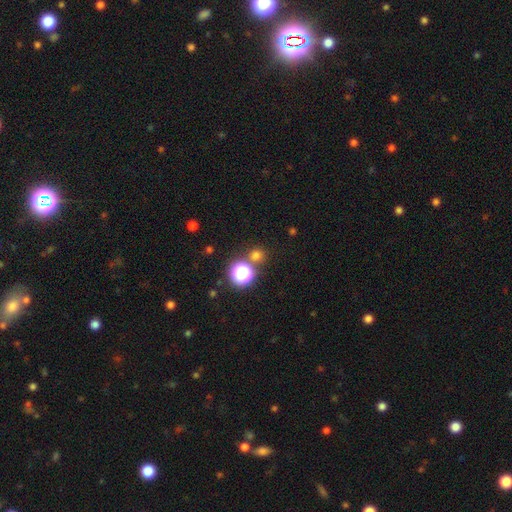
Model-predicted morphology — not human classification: A smooth galaxy with no disk features (68%) that is round (89%). Merging: none (76%).